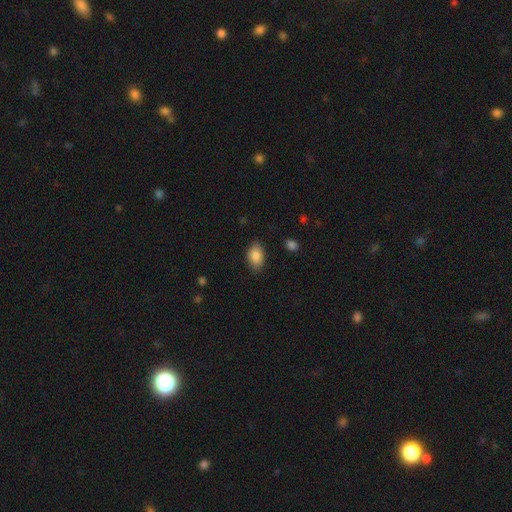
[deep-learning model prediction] Smooth or featured?
  - smooth: 87% *
  - star or artifact: 7%
  - featured or disk: 5%
How rounded?
  - in between: 88% *
  - round: 10%
  - cigar-shaped: 1%
Merging?
  - none: 84% *
  - minor disturbance: 12%
  - major disturbance: 3%
  - merger: 1%